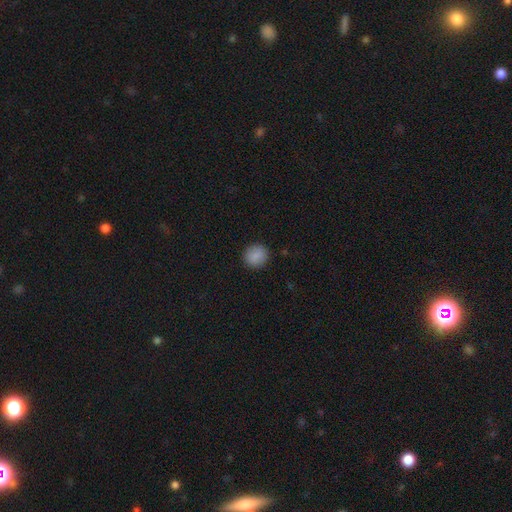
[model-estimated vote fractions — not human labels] Overall: smooth (88%). How rounded: round (86%). Merging: none (90%).